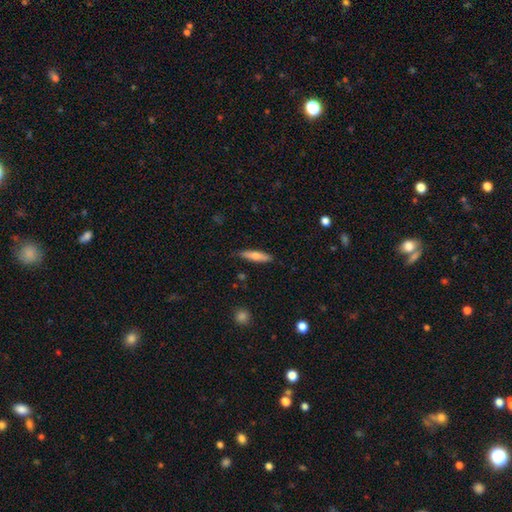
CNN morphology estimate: smooth-or-featured: smooth: 67% | featured or disk: 27% | star or artifact: 6%
  how-rounded: cigar-shaped: 74% | in between: 24% | round: 2%
  merging: none: 85% | minor disturbance: 11% | major disturbance: 2% | merger: 1%